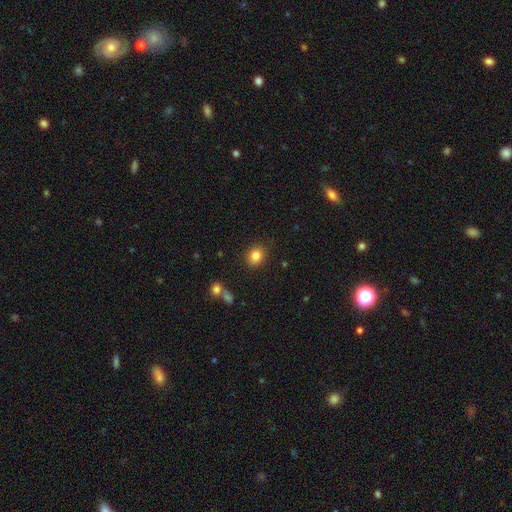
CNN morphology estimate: Overall: smooth (84%). How rounded: round (59%; in between 40%). Merging: none (86%).